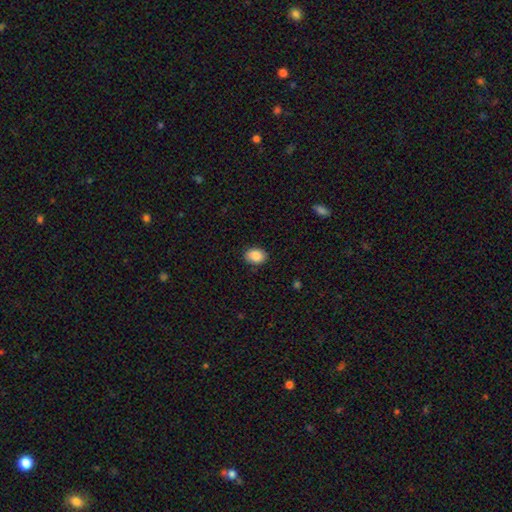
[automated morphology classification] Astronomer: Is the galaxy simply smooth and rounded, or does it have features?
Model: smooth — 88%.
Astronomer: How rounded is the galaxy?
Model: in between — 70%.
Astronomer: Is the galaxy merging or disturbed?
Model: none — 86%.